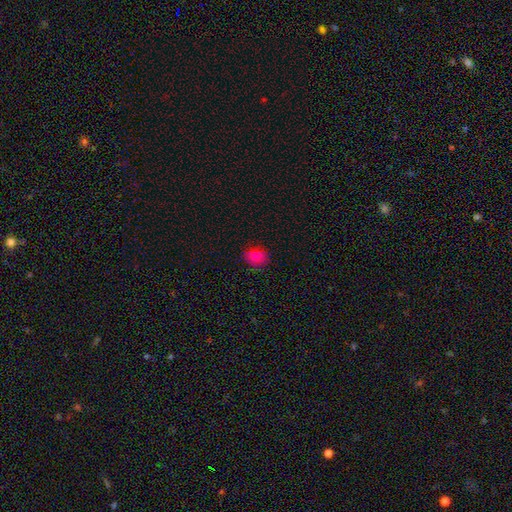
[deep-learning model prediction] smooth 80%, star or artifact 13%, featured or disk 8%. Down the decision tree: how rounded — round (60%); merging — none (80%).